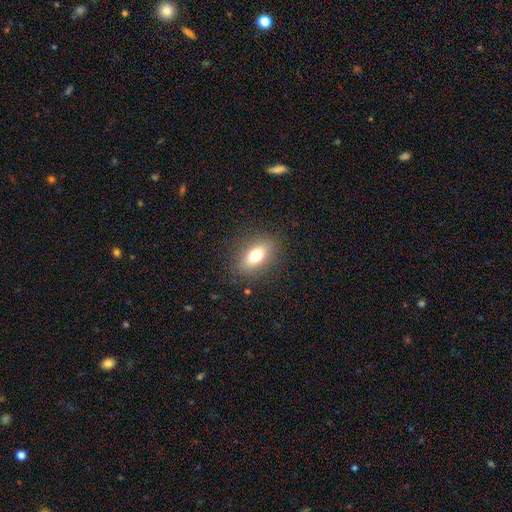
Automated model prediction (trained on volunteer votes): Smooth or featured? Predicted: smooth (p=0.73). How rounded? Predicted: in between (p=0.81). Merging? Predicted: none (p=0.86).